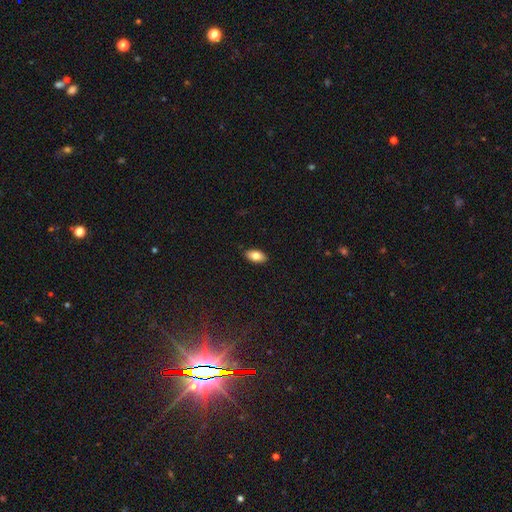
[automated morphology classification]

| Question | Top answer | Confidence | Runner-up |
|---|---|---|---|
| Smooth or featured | smooth | 80% | featured or disk (13%) |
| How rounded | in between | 91% | cigar-shaped (5%) |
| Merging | none | 88% | minor disturbance (9%) |